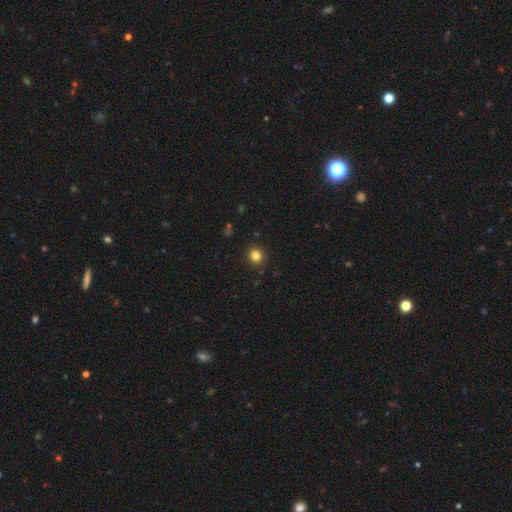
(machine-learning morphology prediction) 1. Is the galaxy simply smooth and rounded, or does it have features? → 83% smooth, 12% star or artifact, 5% featured or disk.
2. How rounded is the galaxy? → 85% round, 14% in between, 1% cigar-shaped.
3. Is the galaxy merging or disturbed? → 91% none, 6% minor disturbance, 2% major disturbance, 1% merger.